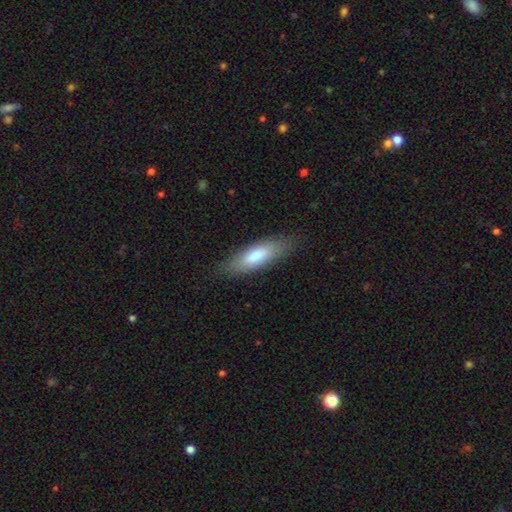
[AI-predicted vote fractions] Overall: smooth (76%). How rounded: cigar-shaped (50%; in between 49%). Merging: none (83%).